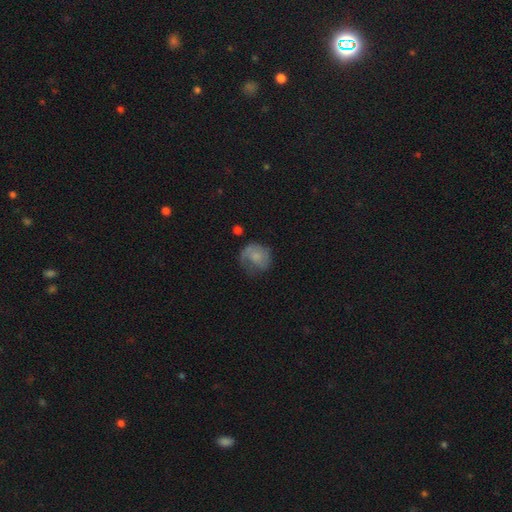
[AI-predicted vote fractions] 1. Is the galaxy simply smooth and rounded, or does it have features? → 58% smooth, 34% featured or disk, 9% star or artifact.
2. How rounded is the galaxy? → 71% round, 28% in between, 1% cigar-shaped.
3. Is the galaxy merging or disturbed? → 43% none, 28% minor disturbance, 27% major disturbance, 2% merger.